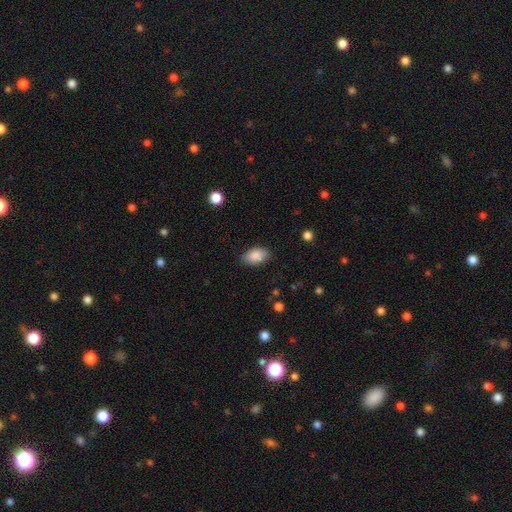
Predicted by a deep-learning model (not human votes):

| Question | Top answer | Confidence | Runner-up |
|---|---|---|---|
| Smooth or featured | smooth | 88% | star or artifact (7%) |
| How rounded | in between | 92% | round (6%) |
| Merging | none | 86% | minor disturbance (11%) |